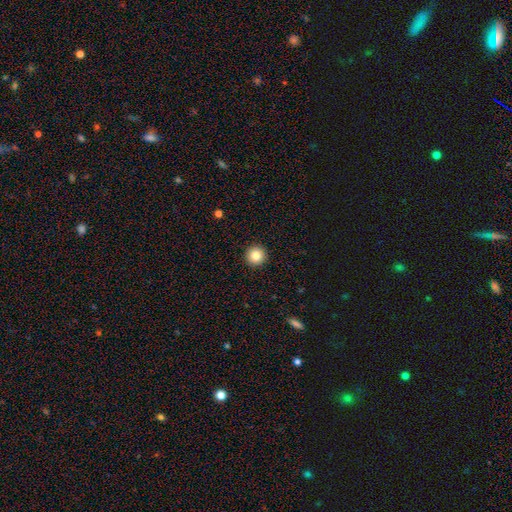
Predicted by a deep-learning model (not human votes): smooth-or-featured: smooth: 83% | star or artifact: 10% | featured or disk: 7%
  how-rounded: round: 96% | in between: 3% | cigar-shaped: 1%
  merging: none: 94% | minor disturbance: 4% | major disturbance: 1% | merger: 1%